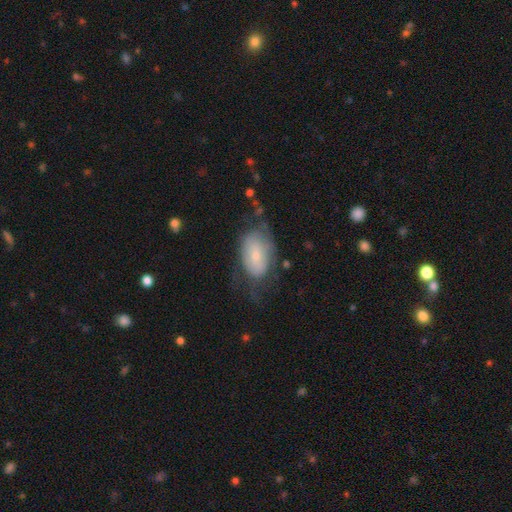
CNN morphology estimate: Overall: smooth (53%; featured or disk 39%). How rounded: in between (90%). Merging: none (46%; minor disturbance 28%).